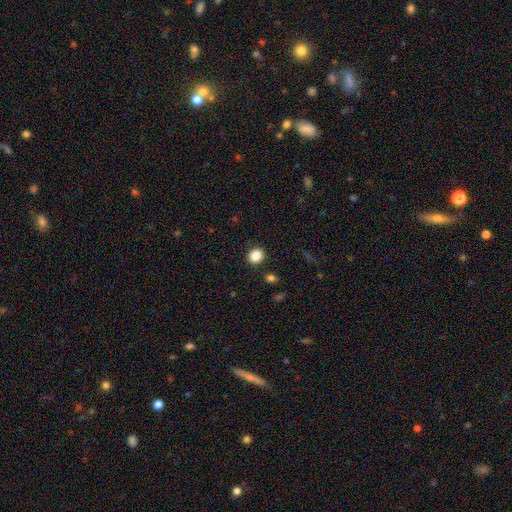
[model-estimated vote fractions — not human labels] This is clearly a smooth galaxy (86%). How rounded: likely round (76%). Merging: clearly none (89%).